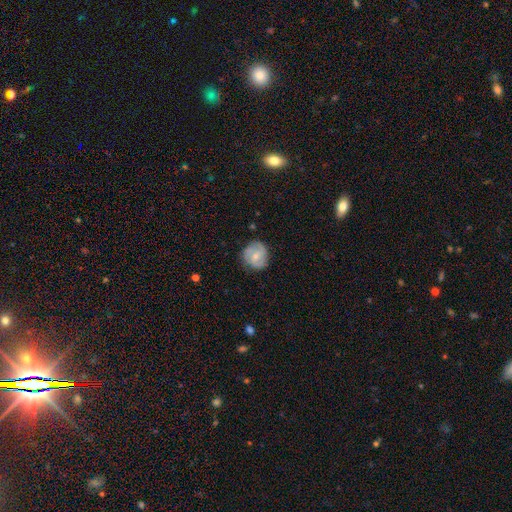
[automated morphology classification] Smooth or featured: featured or disk — 53% (smooth — 41%)
Edge-on disk: no — 97% (yes — 3%)
Bar: no — 53% (weak — 39%)
Spiral arms: yes — 83% (no — 17%)
Bulge size: small — 53% (moderate — 42%)
Merging: none — 75% (minor disturbance — 19%)